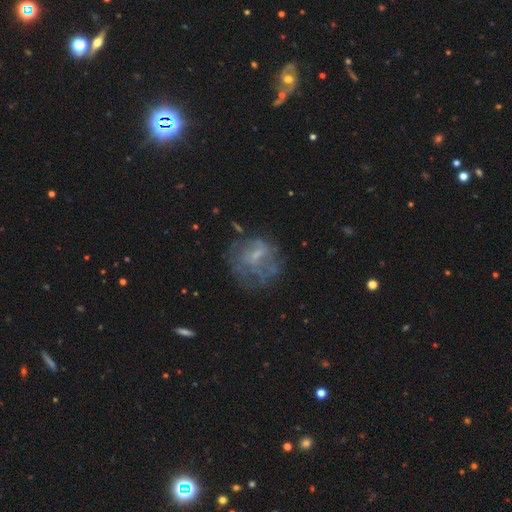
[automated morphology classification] A featured or disk galaxy (54%) with no bar (56%), no spiral arms (67%) and a small central bulge (45%).

Vote fractions:
- Smooth or featured? featured or disk: 54% / smooth: 32% / star or artifact: 14%
- Edge-on disk? no: 97% / yes: 3%
- Bar? no: 56% / weak: 37% / strong: 7%
- Spiral arms? no: 67% / yes: 33%
- Bulge size? small: 45% / none: 30% / moderate: 22% / large: 2% / dominant: 1%
- Merging? none: 51% / major disturbance: 25% / minor disturbance: 20% / merger: 4%